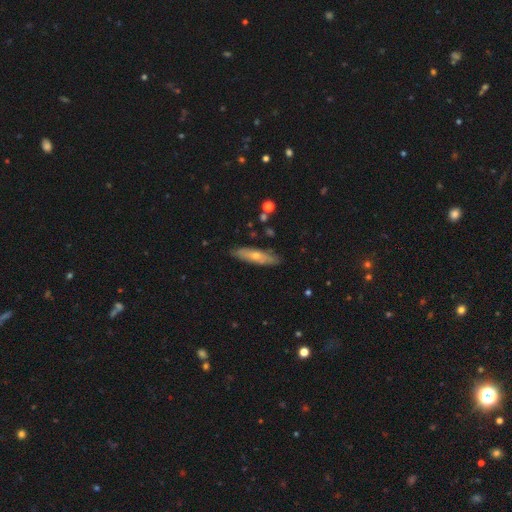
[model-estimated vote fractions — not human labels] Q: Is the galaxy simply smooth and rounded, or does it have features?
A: featured or disk — 47%.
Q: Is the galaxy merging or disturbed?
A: none — 87%.